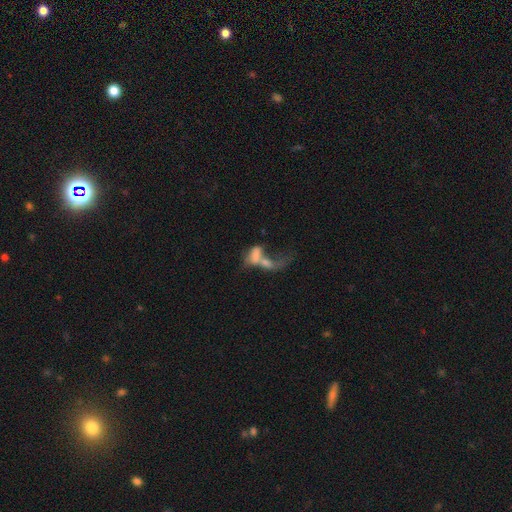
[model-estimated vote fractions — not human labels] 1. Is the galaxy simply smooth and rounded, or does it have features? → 55% smooth, 34% featured or disk, 11% star or artifact.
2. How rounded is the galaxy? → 80% in between, 11% cigar-shaped, 9% round.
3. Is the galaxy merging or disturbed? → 64% merger, 22% major disturbance, 9% none, 5% minor disturbance.